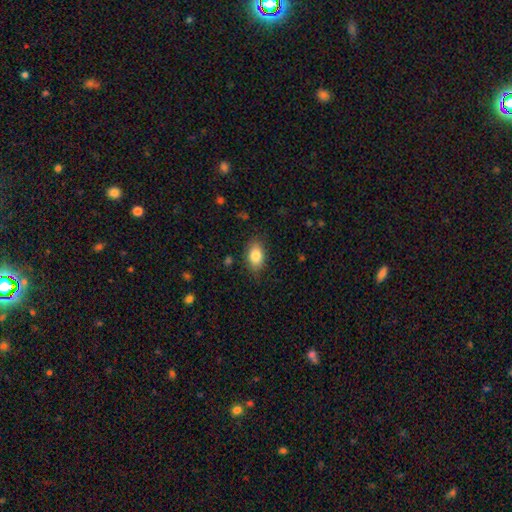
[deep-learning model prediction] This appears to be a smooth galaxy with no disk features (83%) that is in between round and cigar-shaped (87%). Merging: none (81%).